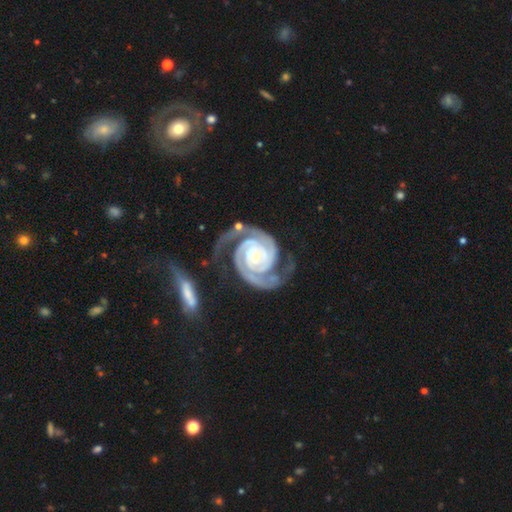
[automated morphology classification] A featured or disk galaxy (94%) with no bar (60%), 2 (88%) tight (77%) spiral arms (99%) and a small central bulge (74%). Merging: none (62%).